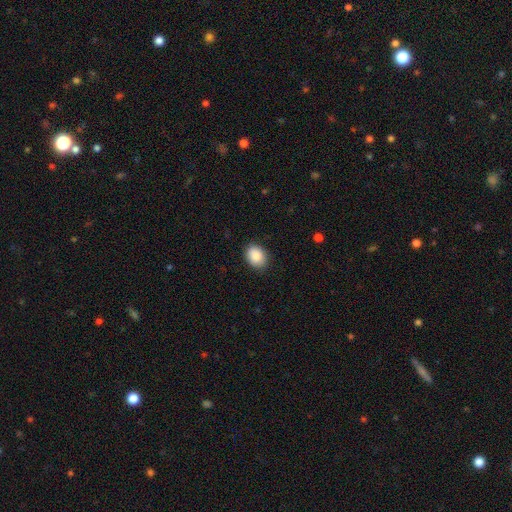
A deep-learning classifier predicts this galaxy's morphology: Smooth or featured: smooth — 89% (star or artifact — 7%)
How rounded: in between — 58% (round — 41%)
Merging: none — 87% (minor disturbance — 10%)